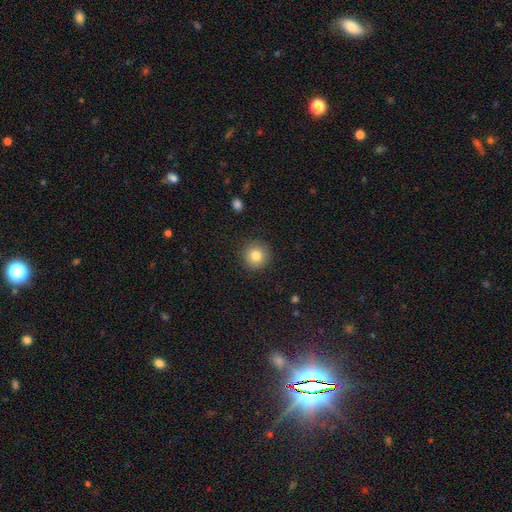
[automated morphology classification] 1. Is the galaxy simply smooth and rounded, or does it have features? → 82% smooth, 10% star or artifact, 8% featured or disk.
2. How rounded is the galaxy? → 94% round, 5% in between, 1% cigar-shaped.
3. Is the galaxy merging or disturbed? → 90% none, 6% minor disturbance, 2% major disturbance, 1% merger.